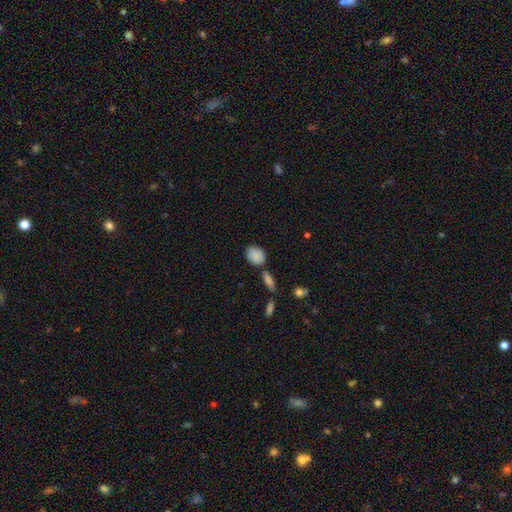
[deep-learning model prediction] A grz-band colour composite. It shows a smooth galaxy with no disk features (86%) that is in between round and cigar-shaped (68%). Merging: none (69%).